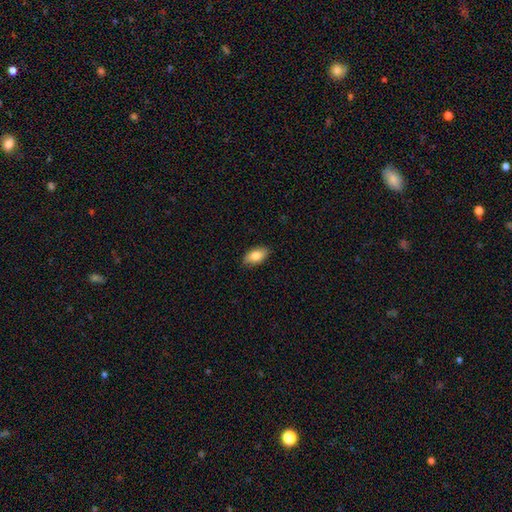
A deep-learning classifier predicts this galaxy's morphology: Smooth or featured: smooth — 83% (featured or disk — 10%)
How rounded: in between — 93% (round — 4%)
Merging: none — 87% (minor disturbance — 10%)